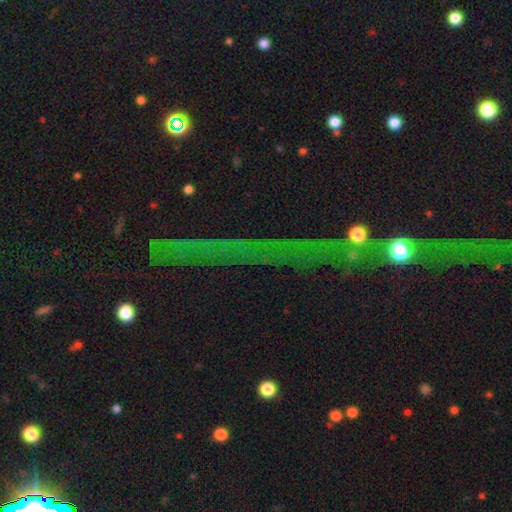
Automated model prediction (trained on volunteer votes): smooth_or_featured: star or artifact (p=0.71) [alt: featured or disk p=0.15]